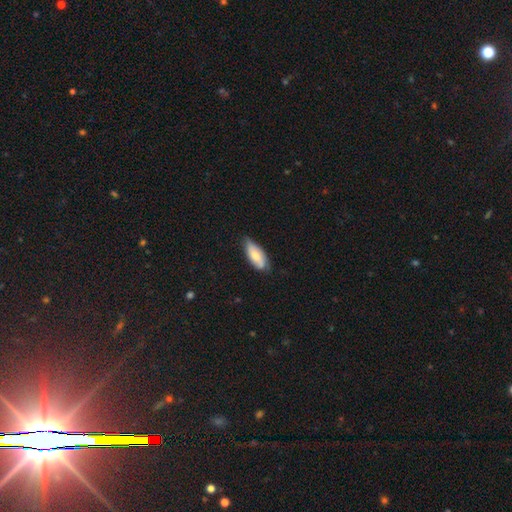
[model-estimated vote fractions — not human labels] This appears to be a smooth galaxy with no disk features (63%) that is in between round and cigar-shaped (83%). Merging: none (68%).